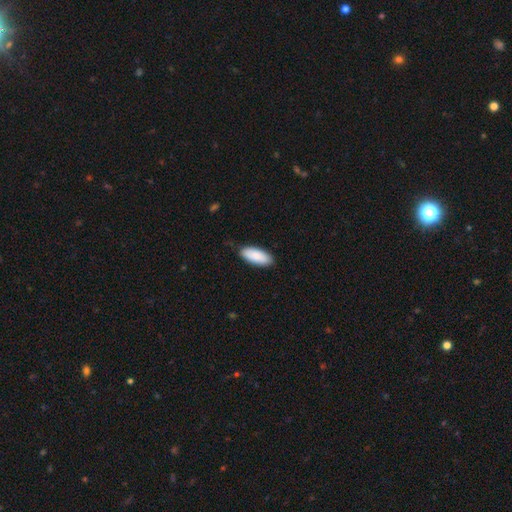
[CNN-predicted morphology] smooth_or_featured: smooth (p=0.90) [alt: star or artifact p=0.05]
how_rounded: in between (p=0.83) [alt: cigar-shaped p=0.16]
merging: none (p=0.86) [alt: minor disturbance p=0.11]